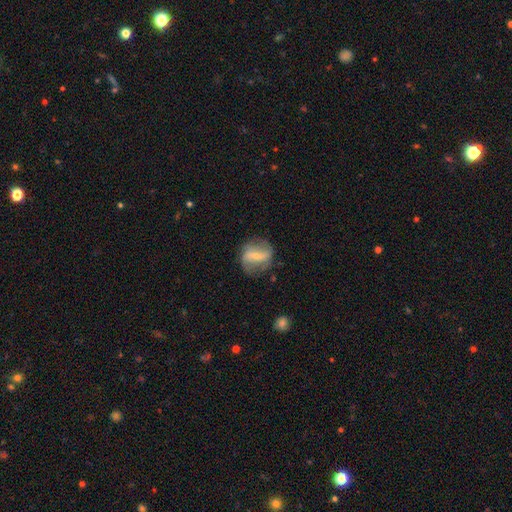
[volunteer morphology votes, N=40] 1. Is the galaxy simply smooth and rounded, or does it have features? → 62% featured or disk, 38% smooth, 0% star or artifact.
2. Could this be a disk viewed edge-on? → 88% no, 12% yes.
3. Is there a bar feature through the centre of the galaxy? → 41% no, 36% strong, 23% weak.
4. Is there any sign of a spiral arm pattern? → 64% yes, 36% no.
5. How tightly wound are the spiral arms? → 64% loose, 21% tight, 14% medium.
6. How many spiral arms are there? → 64% 2, 36% can't tell, 0% 1, 0% 3, 0% 4, 0% more than 4.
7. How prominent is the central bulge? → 55% small, 36% moderate, 5% large, 5% none, 0% dominant.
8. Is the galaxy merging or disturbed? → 55% none, 35% minor disturbance, 8% major disturbance, 2% merger.